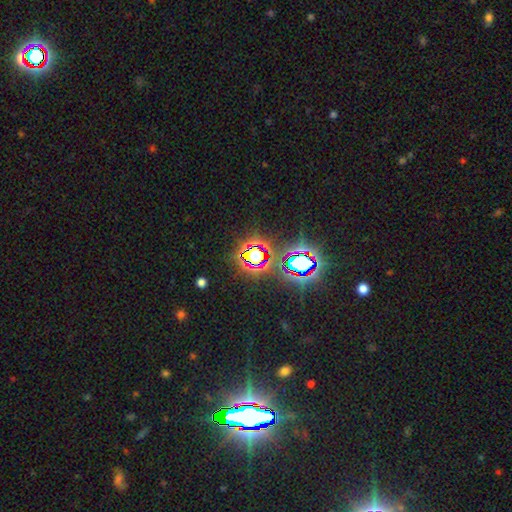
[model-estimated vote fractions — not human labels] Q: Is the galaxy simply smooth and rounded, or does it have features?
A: star or artifact — 75%.